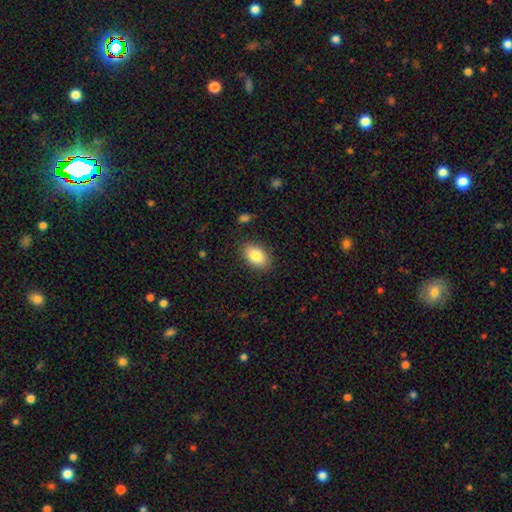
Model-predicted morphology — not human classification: smooth_or_featured: smooth (p=0.85) [alt: featured or disk p=0.07]
how_rounded: in between (p=0.89) [alt: round p=0.09]
merging: none (p=0.85) [alt: minor disturbance p=0.11]